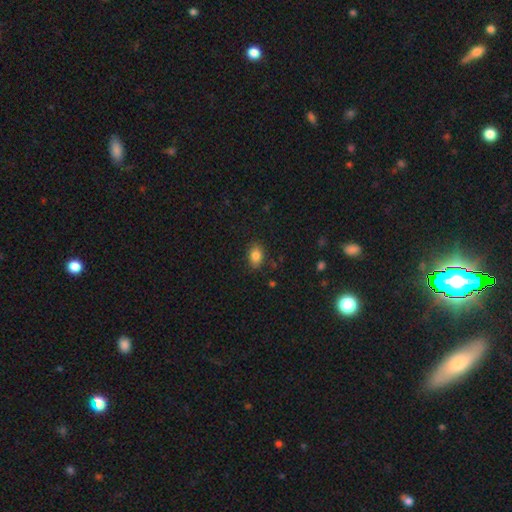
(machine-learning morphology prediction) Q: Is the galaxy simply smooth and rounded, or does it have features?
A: smooth — 84%.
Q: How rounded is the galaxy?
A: in between — 76%.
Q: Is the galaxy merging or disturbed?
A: none — 84%.